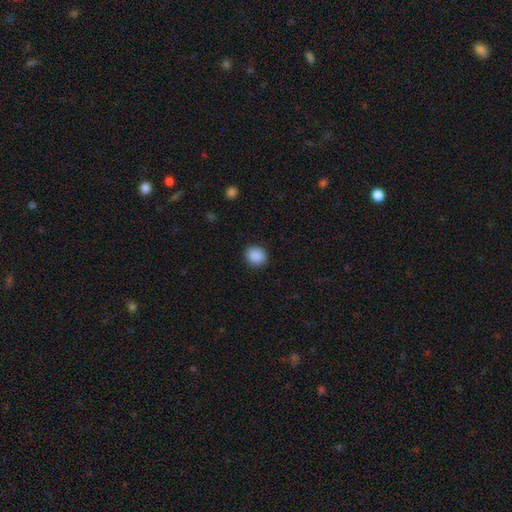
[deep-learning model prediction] smooth-or-featured: smooth: 89% | star or artifact: 8% | featured or disk: 2%
  how-rounded: round: 75% | in between: 24% | cigar-shaped: 1%
  merging: none: 90% | minor disturbance: 7% | major disturbance: 2% | merger: 1%